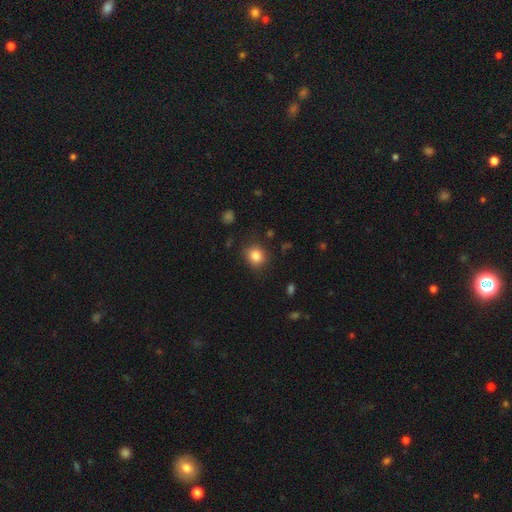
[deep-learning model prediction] Q: Smooth or featured?
A: smooth (84%); runner-up: star or artifact (11%)
Q: How rounded?
A: round (77%); runner-up: in between (22%)
Q: Merging?
A: none (83%); runner-up: minor disturbance (11%)